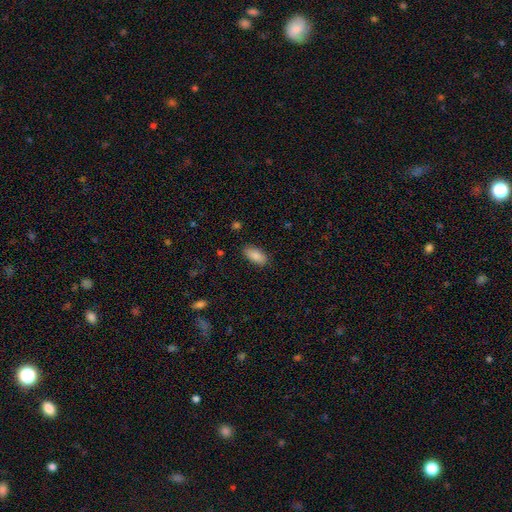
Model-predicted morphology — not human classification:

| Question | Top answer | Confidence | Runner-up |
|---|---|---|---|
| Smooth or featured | smooth | 87% | star or artifact (7%) |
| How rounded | in between | 89% | cigar-shaped (8%) |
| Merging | none | 86% | minor disturbance (11%) |